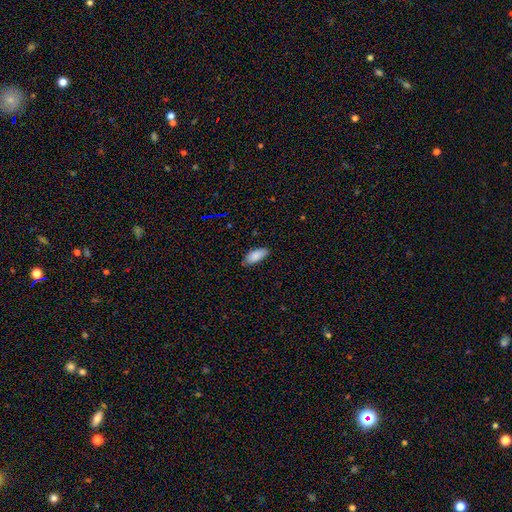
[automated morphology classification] smooth_or_featured: smooth (p=0.87) [alt: star or artifact p=0.07]
how_rounded: in between (p=0.88) [alt: cigar-shaped p=0.10]
merging: none (p=0.78) [alt: minor disturbance p=0.18]